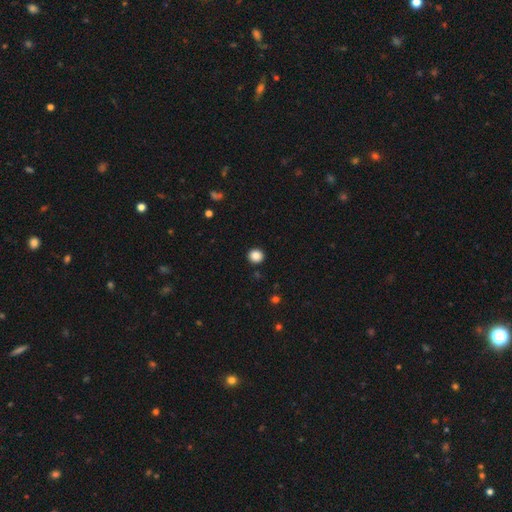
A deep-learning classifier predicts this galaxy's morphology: Overall: smooth (86%). How rounded: round (92%). Merging: none (93%).